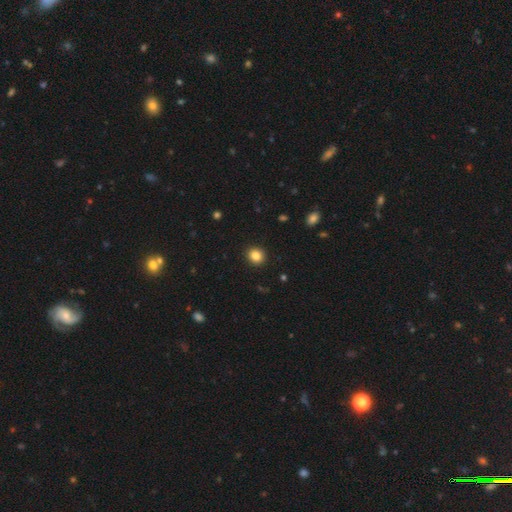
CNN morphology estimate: Smooth or featured? Predicted: smooth (p=0.85). How rounded? Predicted: round (p=0.81). Merging? Predicted: none (p=0.92).